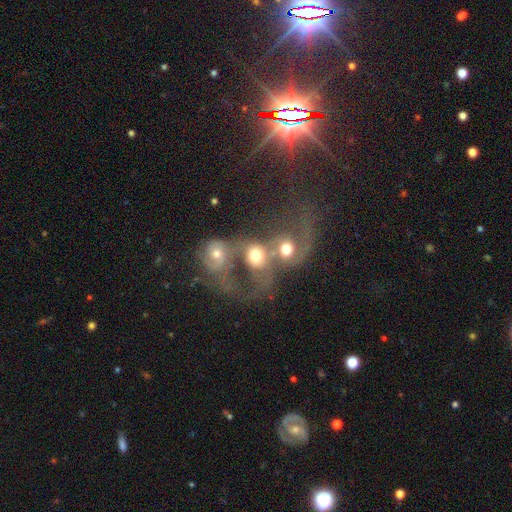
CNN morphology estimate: Smooth or featured?
  - smooth: 46% *
  - featured or disk: 41%
  - star or artifact: 12%
Merging?
  - merger: 78% *
  - major disturbance: 11%
  - none: 7%
  - minor disturbance: 4%